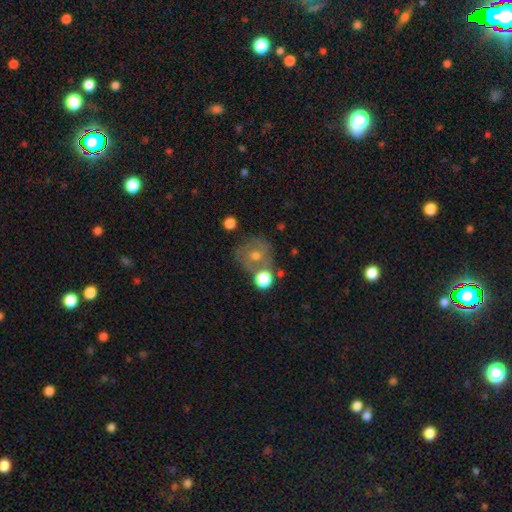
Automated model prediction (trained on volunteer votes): Smooth or featured?
  - smooth: 47% *
  - featured or disk: 35%
  - star or artifact: 18%
Merging?
  - none: 60% *
  - merger: 16%
  - minor disturbance: 16%
  - major disturbance: 8%